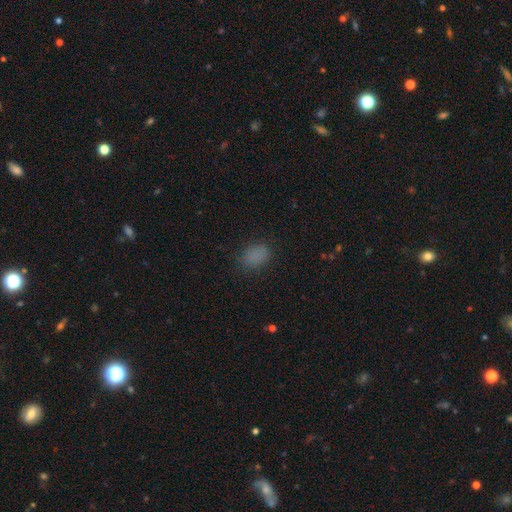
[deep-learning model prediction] This is clearly a smooth galaxy (82%). How rounded: likely in between (70%). Merging: clearly none (81%).